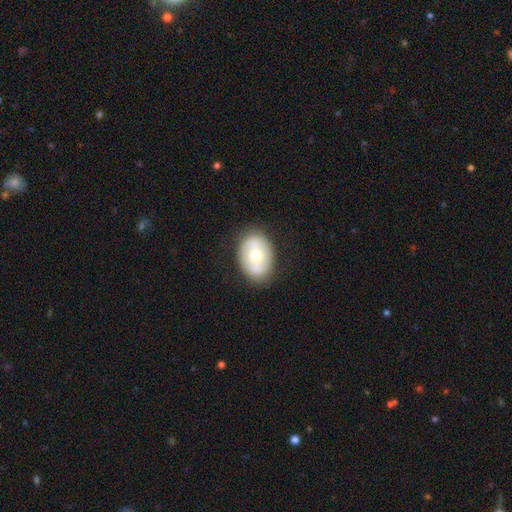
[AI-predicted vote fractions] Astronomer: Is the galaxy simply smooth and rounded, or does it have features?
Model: smooth — 55% (runner-up: featured or disk, 37%).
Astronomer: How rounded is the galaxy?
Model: in between — 75%.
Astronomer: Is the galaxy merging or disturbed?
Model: none — 83%.